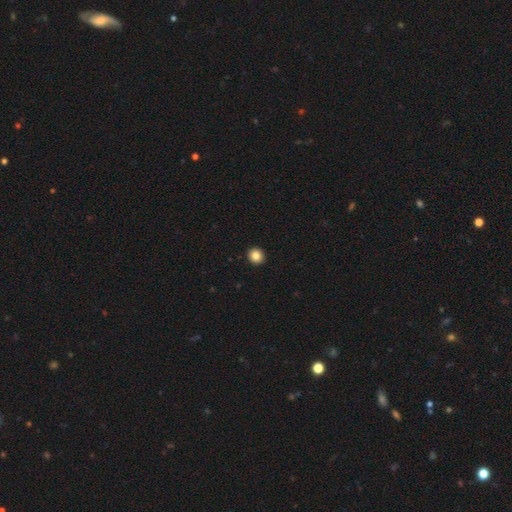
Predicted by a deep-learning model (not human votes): Overall: smooth (85%). How rounded: round (88%). Merging: none (94%).